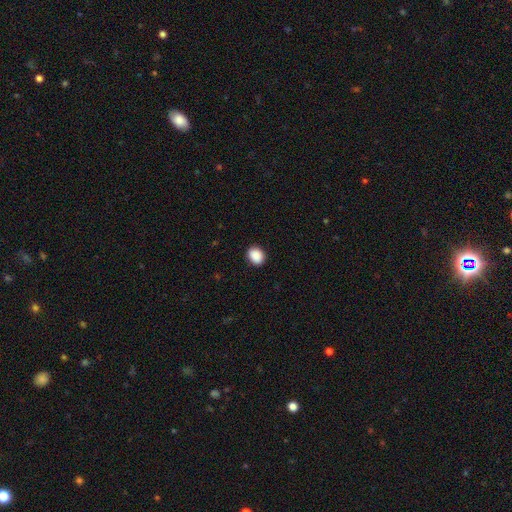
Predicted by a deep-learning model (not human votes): A smooth galaxy with no disk features (90%) that is in between round and cigar-shaped (51%). Merging: none (89%).